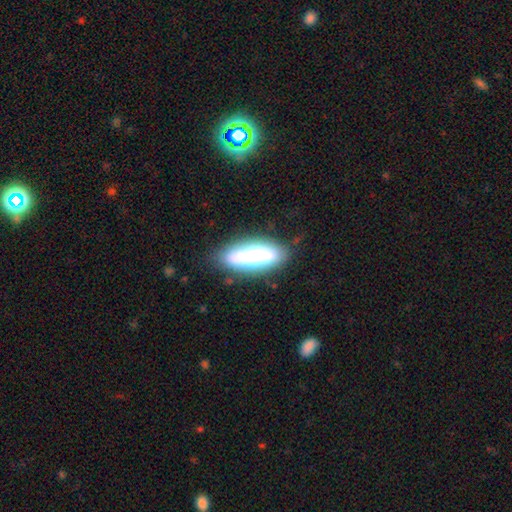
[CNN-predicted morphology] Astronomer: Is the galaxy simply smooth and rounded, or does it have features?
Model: smooth — 68%.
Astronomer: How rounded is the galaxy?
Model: in between — 66%.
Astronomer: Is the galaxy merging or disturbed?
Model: none — 76%.